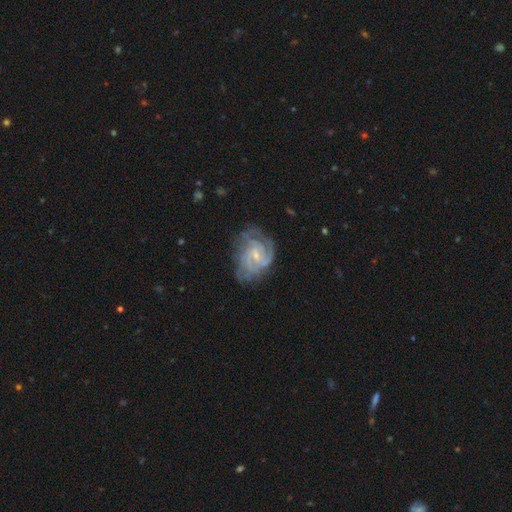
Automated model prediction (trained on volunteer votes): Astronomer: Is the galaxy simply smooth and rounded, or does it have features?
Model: featured or disk — 87%.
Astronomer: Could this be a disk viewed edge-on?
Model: no — 98%.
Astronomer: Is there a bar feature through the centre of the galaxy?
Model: weak — 50% (runner-up: no, 39%).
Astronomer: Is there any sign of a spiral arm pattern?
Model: yes — 97%.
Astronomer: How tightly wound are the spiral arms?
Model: tight — 58% (runner-up: medium, 35%).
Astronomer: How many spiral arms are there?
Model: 2 — 29% (runner-up: can't tell, 25%).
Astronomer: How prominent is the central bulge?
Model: small — 72%.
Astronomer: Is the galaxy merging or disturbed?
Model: none — 64%.